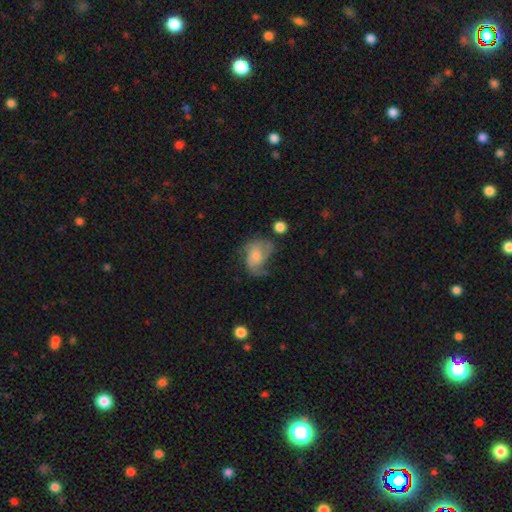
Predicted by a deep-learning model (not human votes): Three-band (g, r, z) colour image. It shows a smooth galaxy with no disk features (46%, tied with featured or disk). Merging: major disturbance (33%).